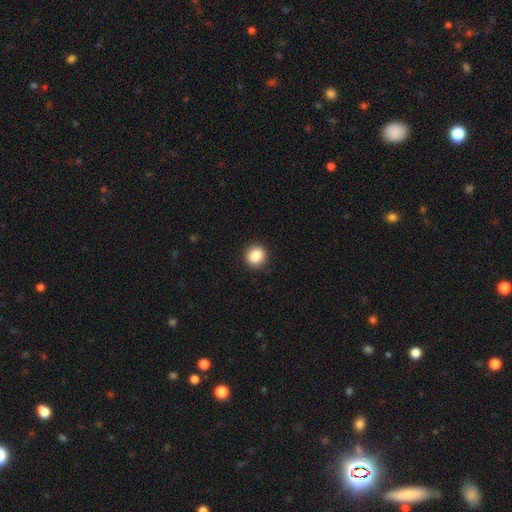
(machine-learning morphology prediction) Smooth or featured? Predicted: smooth (p=0.88). How rounded? Predicted: round (p=0.84). Merging? Predicted: none (p=0.90).